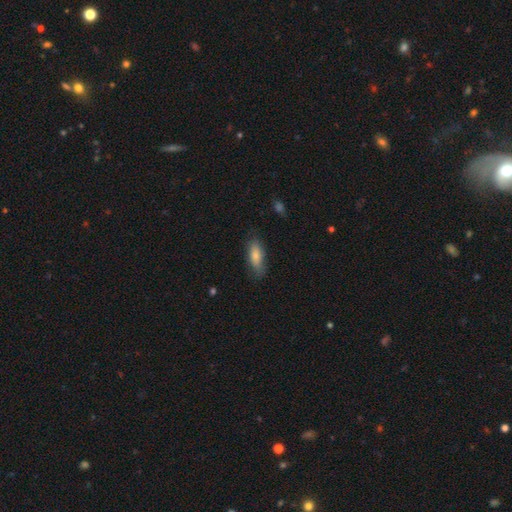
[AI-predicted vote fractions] Q: Smooth or featured?
A: smooth (80%); runner-up: featured or disk (14%)
Q: How rounded?
A: in between (66%); runner-up: cigar-shaped (32%)
Q: Merging?
A: none (74%); runner-up: minor disturbance (20%)